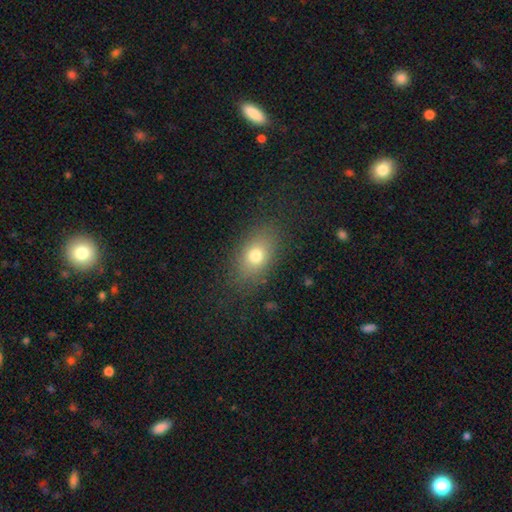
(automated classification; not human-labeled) The model was most divided on "smooth or featured": smooth: 75%, featured or disk: 13%, star or artifact: 11%. More confident: merging — none (82%); how rounded — in between (79%).